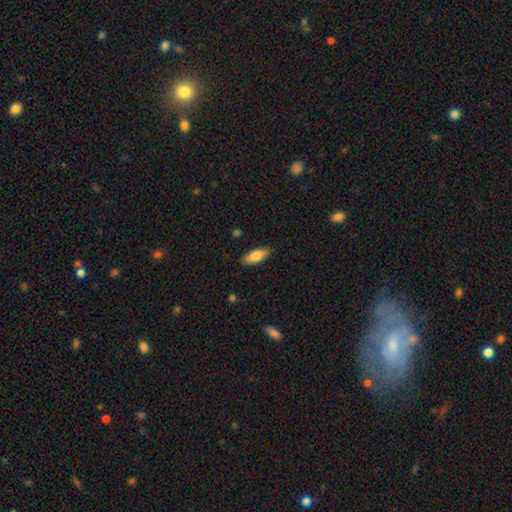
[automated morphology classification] smooth 78%, featured or disk 15%, star or artifact 6%. Down the decision tree: how rounded — in between (72%); merging — none (84%).